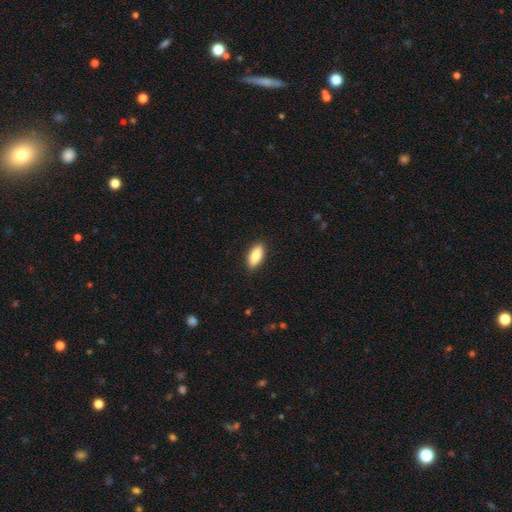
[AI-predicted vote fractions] Morphology: type=smooth (85%); roundness=in between (84%); merging=none (89%).